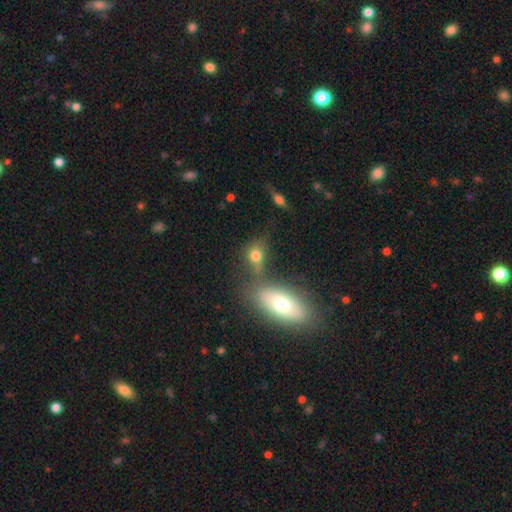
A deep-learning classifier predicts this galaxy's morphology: Q: Smooth or featured?
A: smooth (73%); runner-up: star or artifact (14%)
Q: How rounded?
A: in between (55%); runner-up: round (41%)
Q: Merging?
A: none (46%); runner-up: merger (30%)